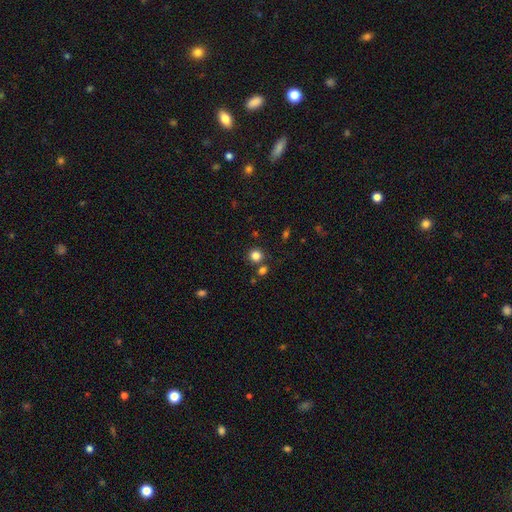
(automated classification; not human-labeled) This is clearly a smooth galaxy (82%). How rounded: clearly round (92%). Merging: likely none (79%).